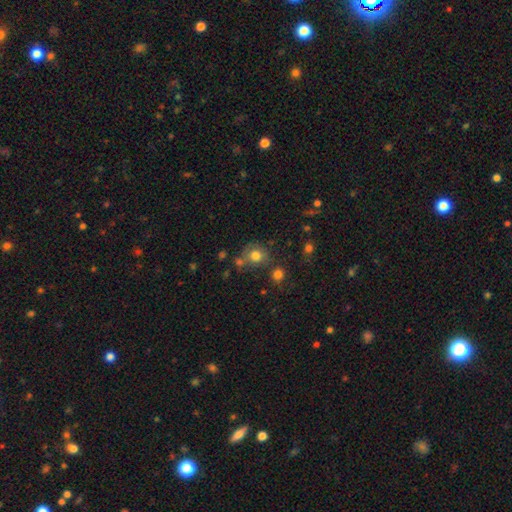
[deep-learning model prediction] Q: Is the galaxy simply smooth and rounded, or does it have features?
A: smooth — 77%.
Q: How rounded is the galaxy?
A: round — 82%.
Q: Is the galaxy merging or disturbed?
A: none — 61%.